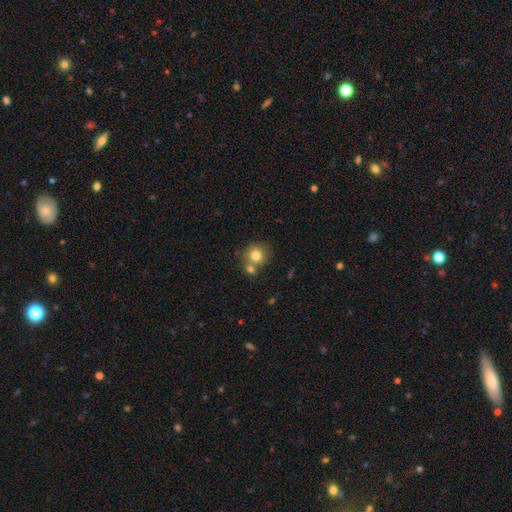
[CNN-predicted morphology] This is likely a smooth galaxy (79%). How rounded: clearly round (87%). Merging: possibly none (59%).